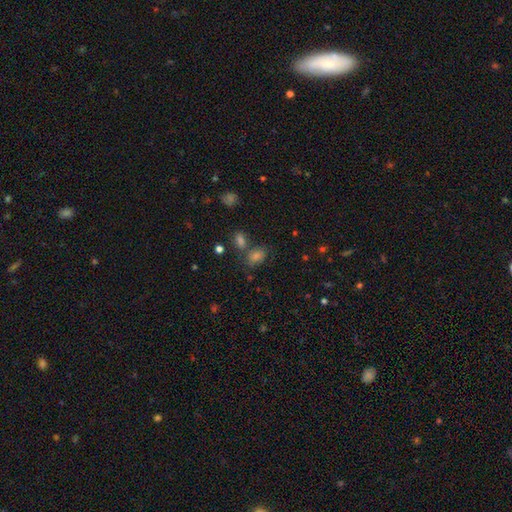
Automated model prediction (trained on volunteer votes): A smooth galaxy with no disk features (61%) that is in between round and cigar-shaped (76%). Merging: none (63%).